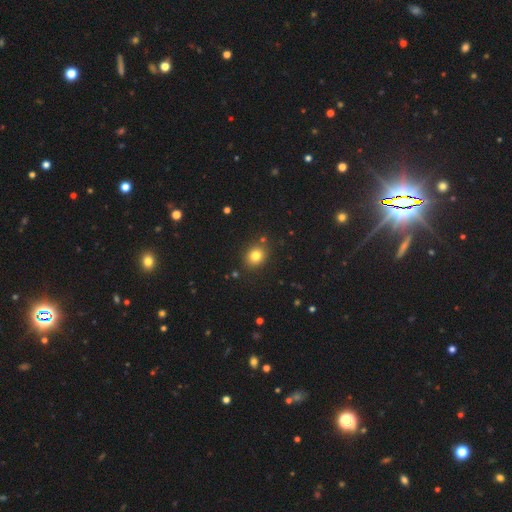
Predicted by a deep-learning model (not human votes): Smooth or featured? Predicted: smooth (p=0.80). How rounded? Predicted: round (p=0.62). Merging? Predicted: none (p=0.85).